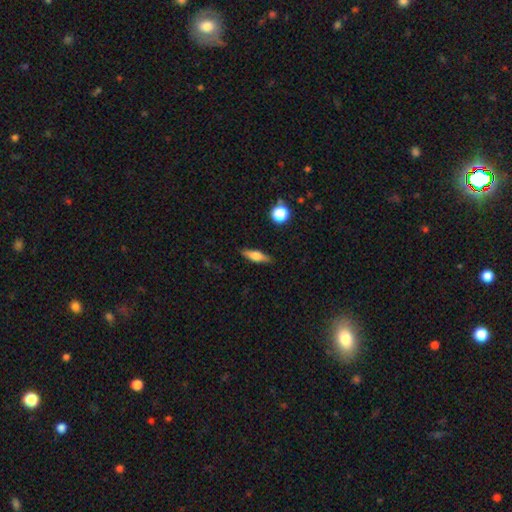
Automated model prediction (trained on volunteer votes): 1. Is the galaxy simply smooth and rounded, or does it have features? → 56% smooth, 36% featured or disk, 8% star or artifact.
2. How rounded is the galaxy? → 57% cigar-shaped, 38% in between, 5% round.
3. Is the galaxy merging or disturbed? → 86% none, 10% minor disturbance, 2% major disturbance, 2% merger.